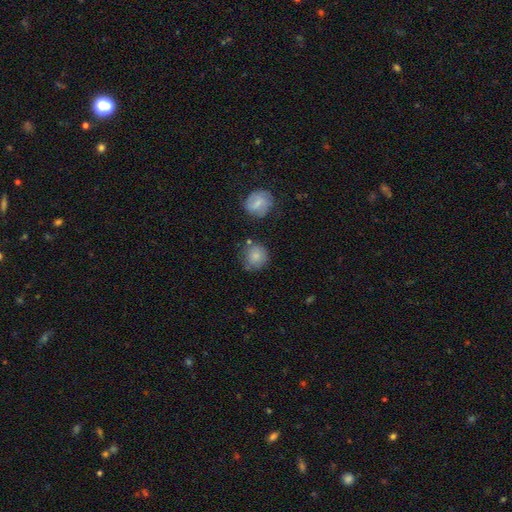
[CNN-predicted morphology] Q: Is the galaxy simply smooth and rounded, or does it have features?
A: smooth — 80%.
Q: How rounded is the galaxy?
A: round — 85%.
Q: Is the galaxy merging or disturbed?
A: none — 66%.